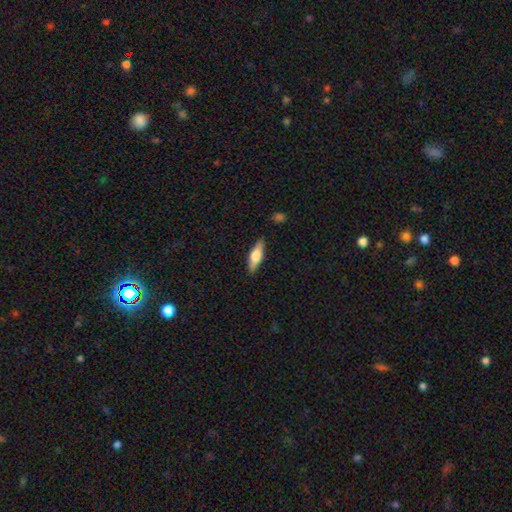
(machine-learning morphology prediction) Overall: smooth (53%; featured or disk 41%). How rounded: cigar-shaped (50%; in between 48%). Merging: none (88%).